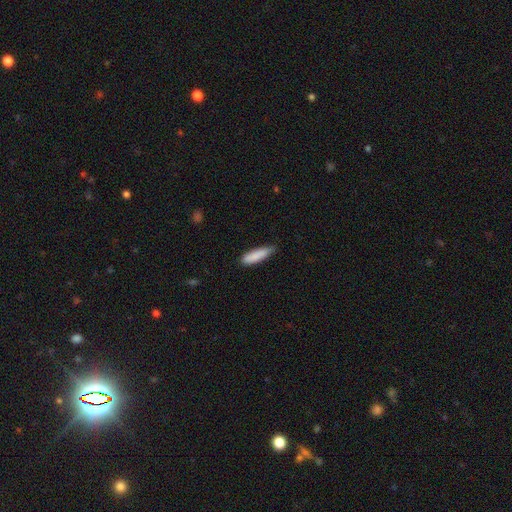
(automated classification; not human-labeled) Overall: smooth (86%). How rounded: cigar-shaped (70%). Merging: none (68%).